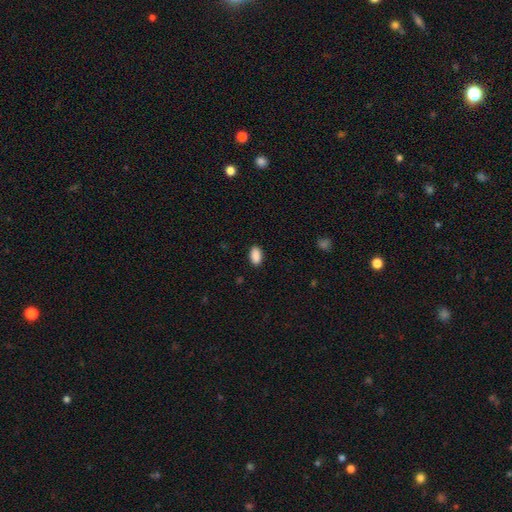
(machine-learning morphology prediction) Smooth or featured? Predicted: smooth (p=0.90). How rounded? Predicted: in between (p=0.93). Merging? Predicted: none (p=0.88).